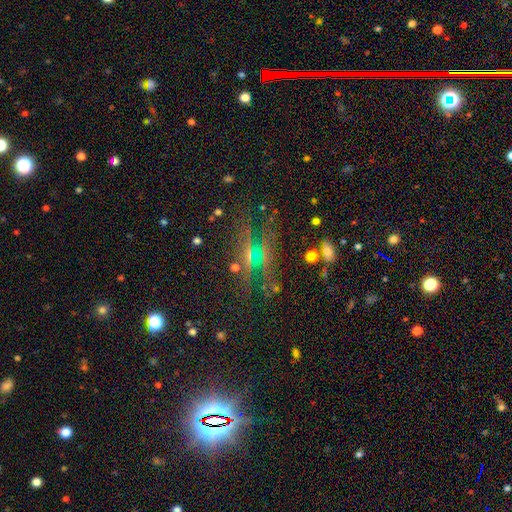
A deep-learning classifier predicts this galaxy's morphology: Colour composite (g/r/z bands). It shows a star or artifact, not a galaxy (49%).